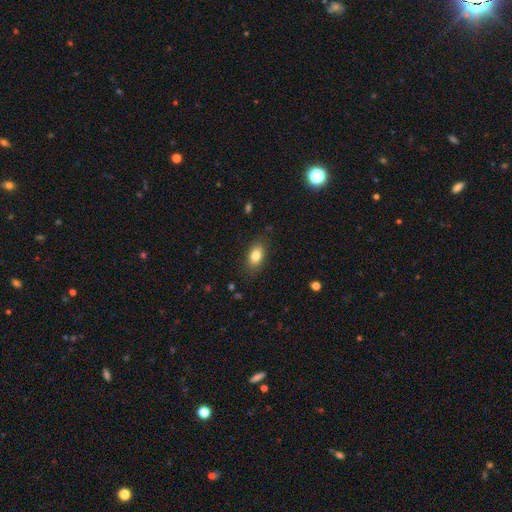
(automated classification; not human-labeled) This appears to be a smooth galaxy with no disk features (82%) that is in between round and cigar-shaped (88%). Merging: none (85%).